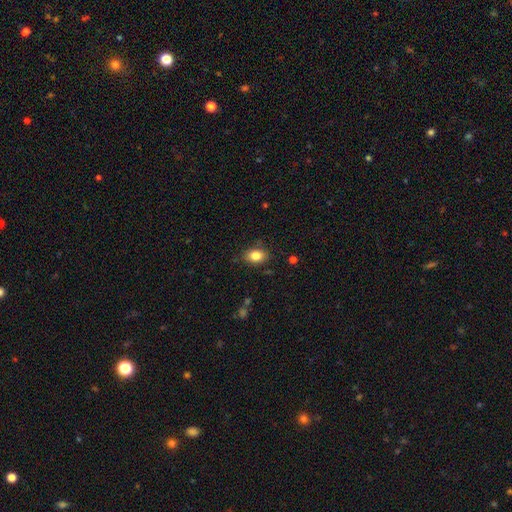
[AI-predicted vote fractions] Smooth or featured? Predicted: smooth (p=0.83). How rounded? Predicted: in between (p=0.76). Merging? Predicted: none (p=0.81).